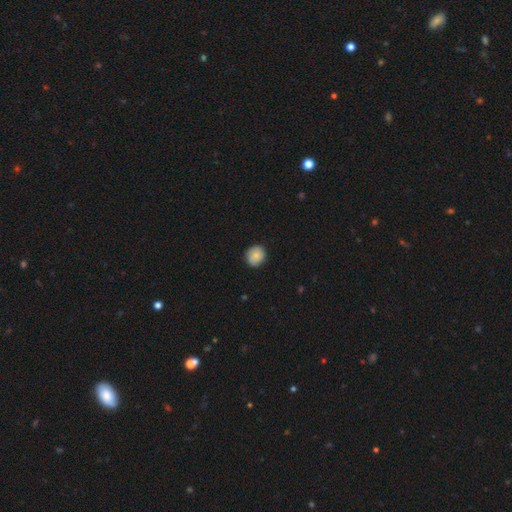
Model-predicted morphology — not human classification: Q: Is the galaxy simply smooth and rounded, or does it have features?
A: smooth — 82%.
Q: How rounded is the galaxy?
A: round — 78%.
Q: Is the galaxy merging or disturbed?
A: none — 85%.